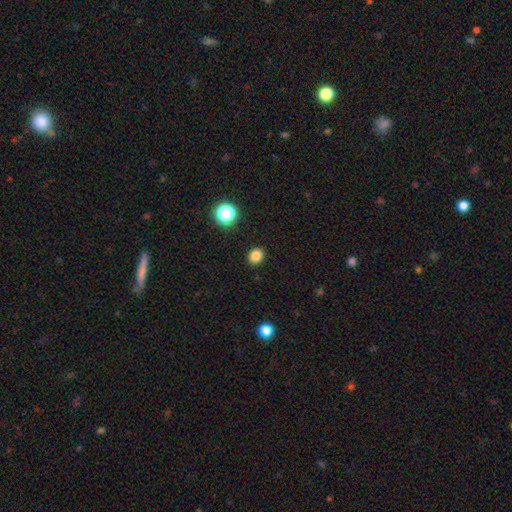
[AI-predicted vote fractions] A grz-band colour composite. It shows a smooth galaxy with no disk features (83%) that is round (66%). Merging: none (91%).